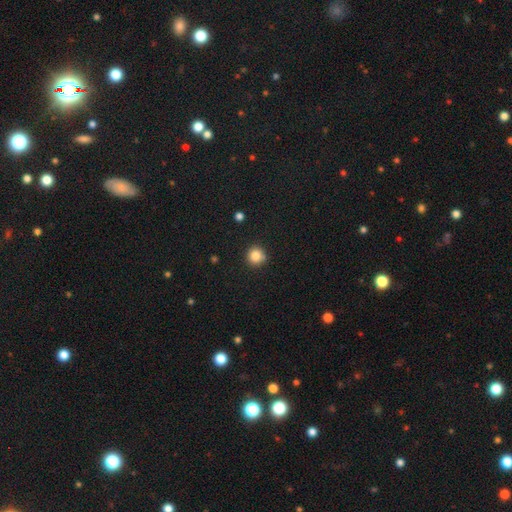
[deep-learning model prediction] smooth_or_featured: smooth (p=0.84) [alt: star or artifact p=0.11]
how_rounded: round (p=0.94) [alt: in between p=0.05]
merging: none (p=0.86) [alt: minor disturbance p=0.09]